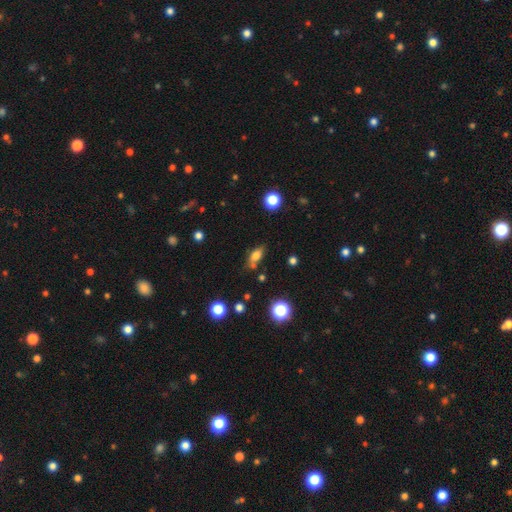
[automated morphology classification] This is likely a smooth galaxy (71%). How rounded: likely in between (76%). Merging: likely none (61%).